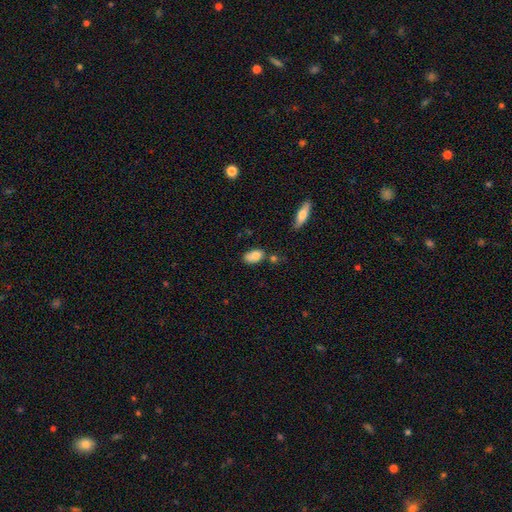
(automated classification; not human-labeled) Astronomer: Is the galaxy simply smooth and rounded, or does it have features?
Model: smooth — 79%.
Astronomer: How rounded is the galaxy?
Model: in between — 90%.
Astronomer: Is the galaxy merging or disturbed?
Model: none — 54%.